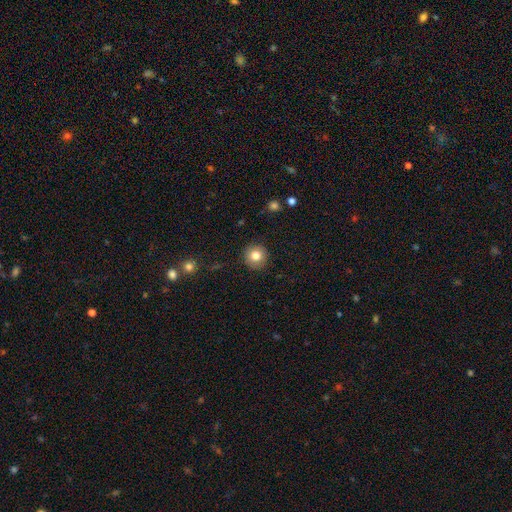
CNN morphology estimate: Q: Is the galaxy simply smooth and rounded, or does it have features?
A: smooth — 82%.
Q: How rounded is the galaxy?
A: round — 94%.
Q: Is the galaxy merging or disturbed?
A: none — 90%.